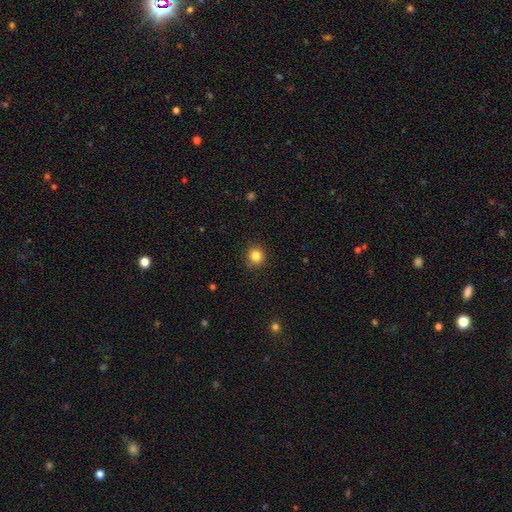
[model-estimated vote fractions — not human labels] A smooth galaxy with no disk features (85%) that is round (90%). Merging: none (88%).